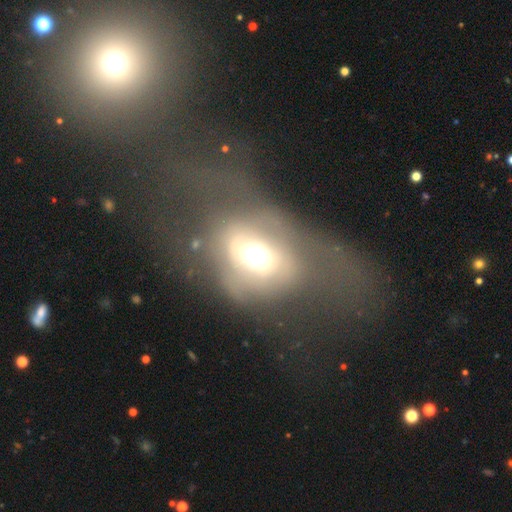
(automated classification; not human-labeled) Smooth or featured? Predicted: smooth (p=0.46). Merging? Predicted: major disturbance (p=0.44).